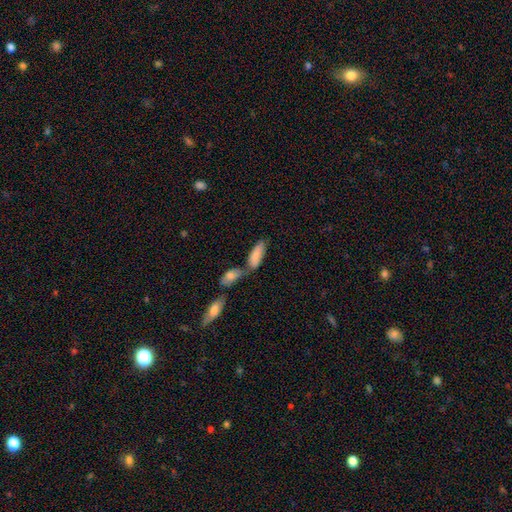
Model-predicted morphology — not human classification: Smooth or featured?
  - smooth: 81% *
  - featured or disk: 13%
  - star or artifact: 6%
How rounded?
  - in between: 70% *
  - cigar-shaped: 28%
  - round: 2%
Merging?
  - none: 42% *
  - merger: 39%
  - minor disturbance: 14%
  - major disturbance: 5%